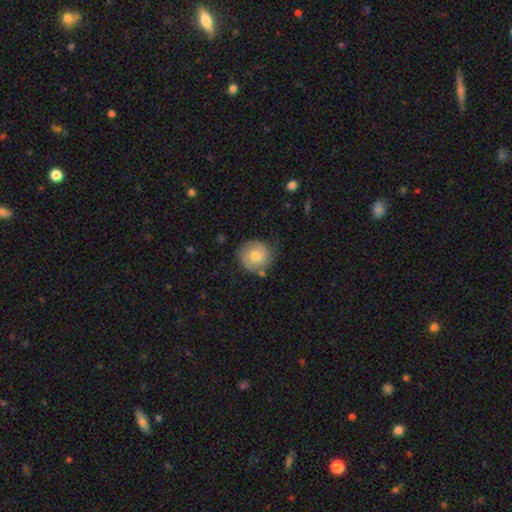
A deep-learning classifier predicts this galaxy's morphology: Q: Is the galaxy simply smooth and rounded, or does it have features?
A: smooth — 54%.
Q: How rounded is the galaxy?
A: round — 91%.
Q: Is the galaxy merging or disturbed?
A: none — 72%.